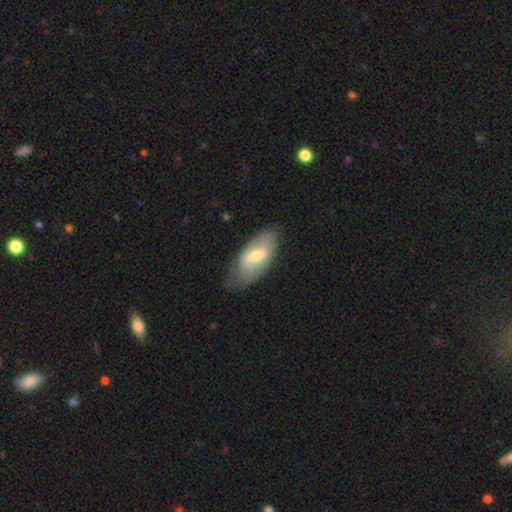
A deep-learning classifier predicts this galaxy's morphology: A smooth galaxy with no disk features (48%).

Vote fractions:
- Smooth or featured? smooth: 48% / featured or disk: 46% / star or artifact: 6%
- Merging? none: 61% / minor disturbance: 28% / major disturbance: 10% / merger: 2%